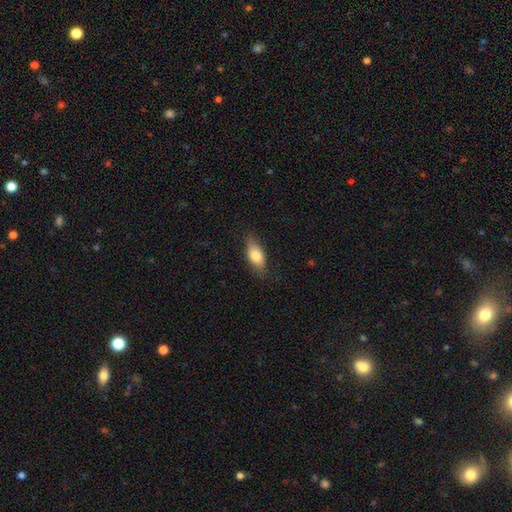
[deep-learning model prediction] A smooth galaxy with no disk features (78%) that is in between round and cigar-shaped (83%).

Vote fractions:
- Smooth or featured? smooth: 78% / featured or disk: 15% / star or artifact: 7%
- How rounded? in between: 83% / cigar-shaped: 13% / round: 4%
- Merging? none: 78% / minor disturbance: 18% / major disturbance: 3% / merger: 1%